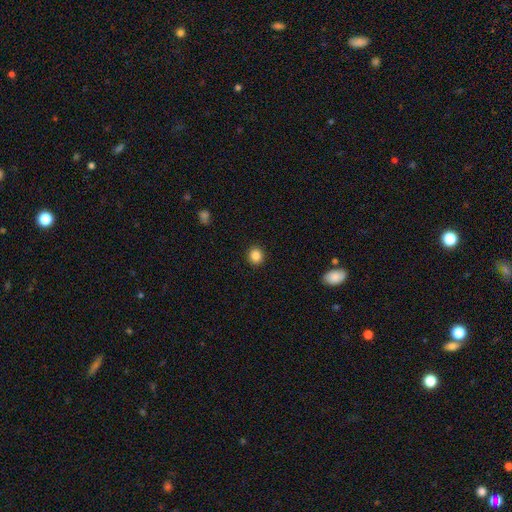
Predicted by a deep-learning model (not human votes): Q: Smooth or featured?
A: smooth (86%); runner-up: star or artifact (10%)
Q: How rounded?
A: round (87%); runner-up: in between (12%)
Q: Merging?
A: none (92%); runner-up: minor disturbance (5%)